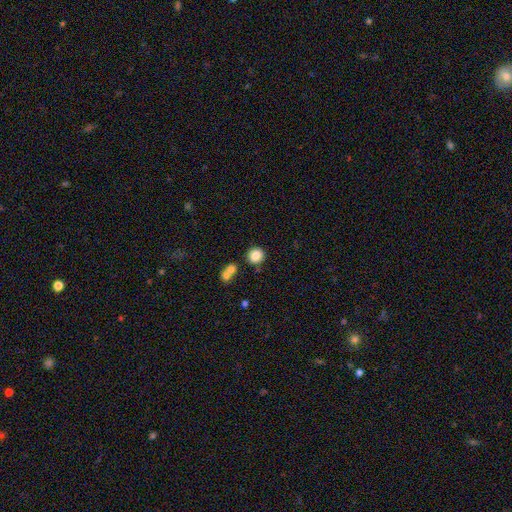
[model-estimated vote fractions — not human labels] A smooth galaxy with no disk features (84%) that is round (87%).

Vote fractions:
- Smooth or featured? smooth: 84% / star or artifact: 10% / featured or disk: 6%
- How rounded? round: 87% / in between: 12% / cigar-shaped: 1%
- Merging? none: 76% / merger: 12% / minor disturbance: 9% / major disturbance: 3%